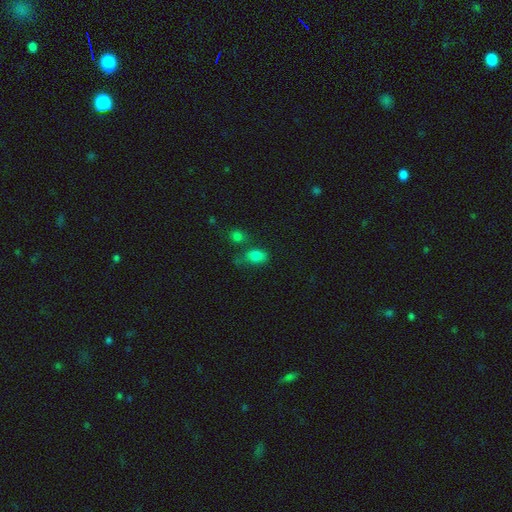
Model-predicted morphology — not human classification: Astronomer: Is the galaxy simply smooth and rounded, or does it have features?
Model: smooth — 78%.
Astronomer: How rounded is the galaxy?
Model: in between — 80%.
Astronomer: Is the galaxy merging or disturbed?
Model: none — 44% (runner-up: merger, 27%).